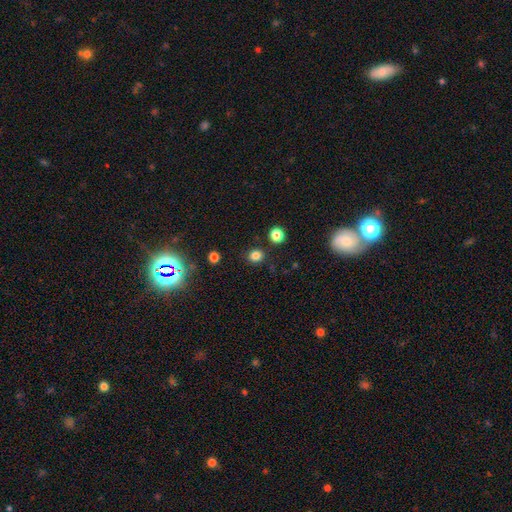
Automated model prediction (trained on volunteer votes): smooth_or_featured: smooth (p=0.81) [alt: star or artifact p=0.15]
how_rounded: round (p=0.81) [alt: in between p=0.18]
merging: none (p=0.87) [alt: minor disturbance p=0.07]